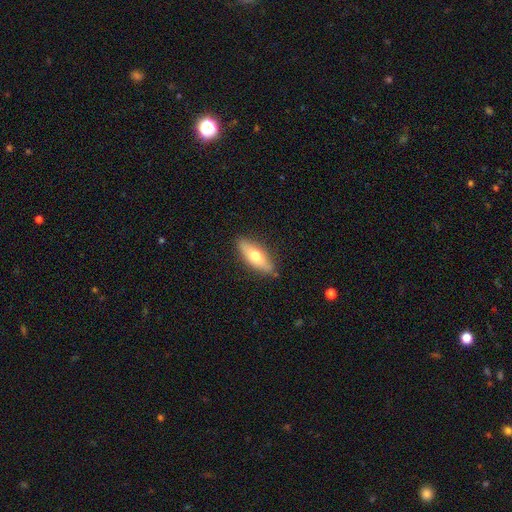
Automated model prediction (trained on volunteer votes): Q: Smooth or featured?
A: smooth (62%); runner-up: featured or disk (32%)
Q: How rounded?
A: in between (61%); runner-up: cigar-shaped (37%)
Q: Merging?
A: none (84%); runner-up: minor disturbance (12%)